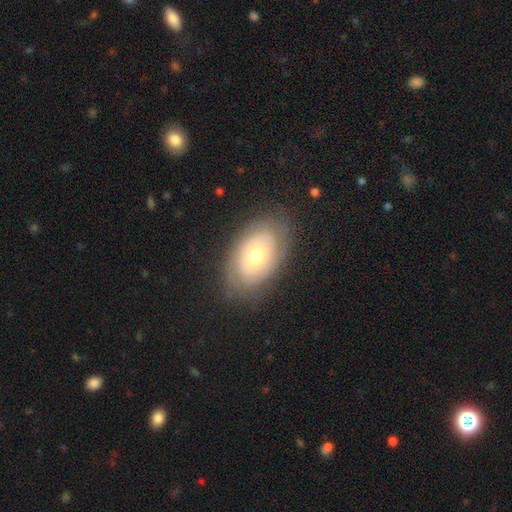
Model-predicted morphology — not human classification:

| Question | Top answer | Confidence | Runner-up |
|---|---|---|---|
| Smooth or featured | featured or disk | 58% | smooth (35%) |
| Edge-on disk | no | 93% | yes (7%) |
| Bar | no | 85% | weak (11%) |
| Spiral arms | yes | 54% | no (46%) |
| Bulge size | moderate | 61% | small (32%) |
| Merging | none | 78% | minor disturbance (16%) |